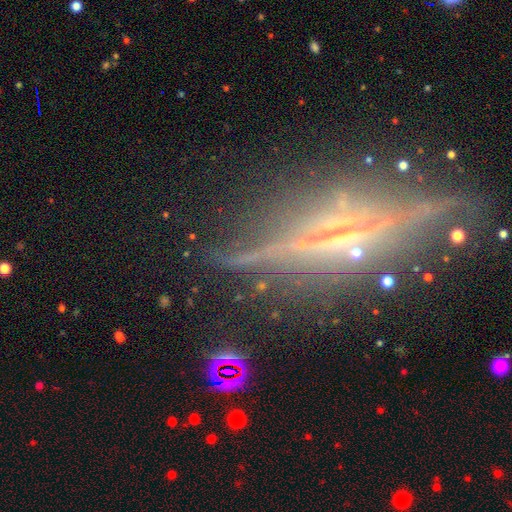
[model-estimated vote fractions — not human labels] featured or disk 65%, star or artifact 24%, smooth 11%. Down the decision tree: edge-on disk — yes (88%); edge-on bulge — rounded (52%); merging — none (77%).